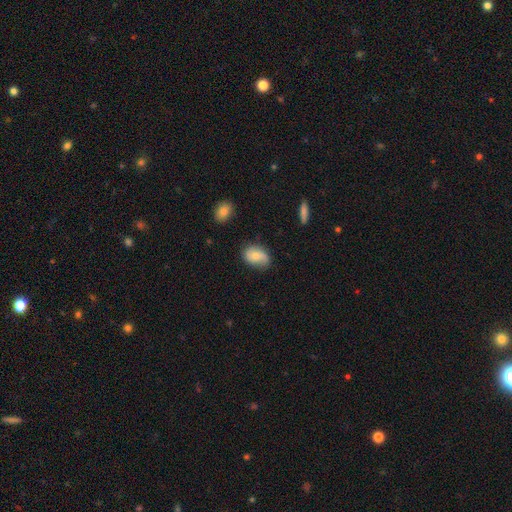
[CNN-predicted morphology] This appears to be a smooth galaxy with no disk features (65%) that is in between round and cigar-shaped (77%). Merging: none (63%).